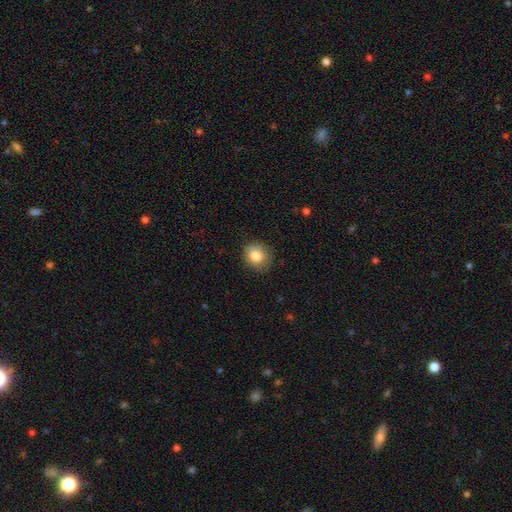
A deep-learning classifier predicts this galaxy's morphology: This is clearly a smooth galaxy (83%). How rounded: likely round (72%). Merging: clearly none (85%).